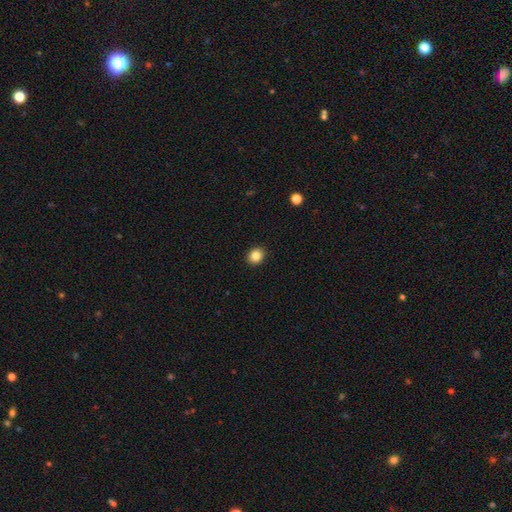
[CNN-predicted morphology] type=smooth (86%); roundness=round (76%); merging=none (92%).